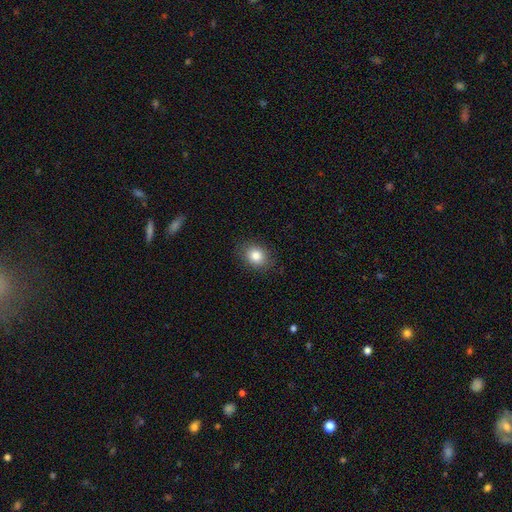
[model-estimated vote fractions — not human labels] A smooth galaxy with no disk features (83%) that is in between round and cigar-shaped (52%).

Vote fractions:
- Smooth or featured? smooth: 83% / star or artifact: 10% / featured or disk: 7%
- How rounded? in between: 52% / round: 47% / cigar-shaped: 1%
- Merging? none: 85% / minor disturbance: 11% / major disturbance: 3% / merger: 1%